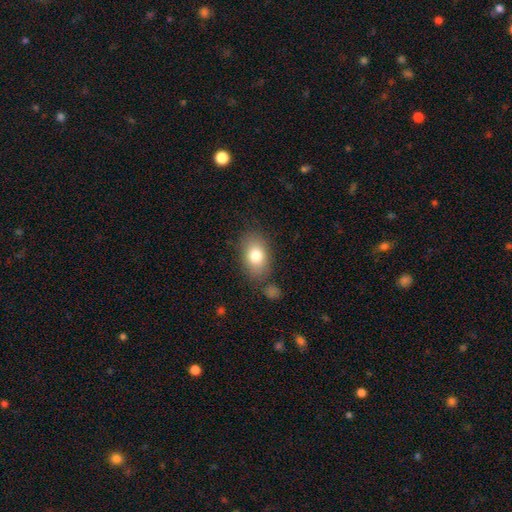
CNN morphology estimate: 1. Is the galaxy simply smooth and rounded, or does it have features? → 80% smooth, 12% featured or disk, 8% star or artifact.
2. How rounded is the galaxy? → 82% in between, 16% round, 1% cigar-shaped.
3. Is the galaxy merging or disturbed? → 76% none, 14% minor disturbance, 6% merger, 5% major disturbance.